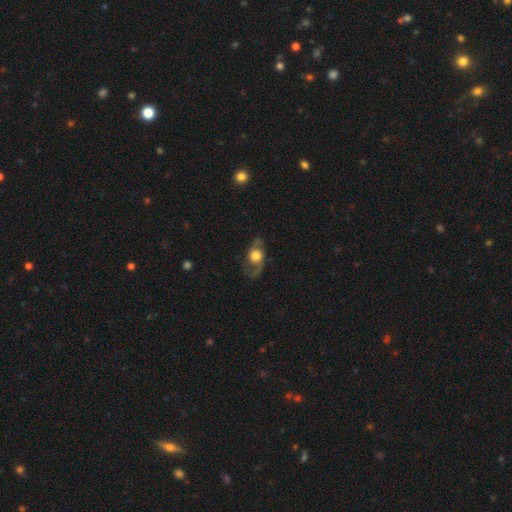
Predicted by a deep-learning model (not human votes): Overall: featured or disk (66%; smooth 27%). Edge-on disk: no (87%). Bar: no (77%). Spiral arms: yes (82%). Bulge size: large (52%; moderate 34%). Merging: none (67%).